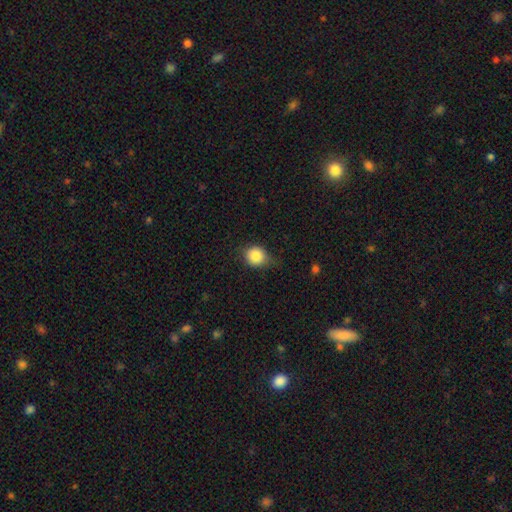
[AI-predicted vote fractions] smooth_or_featured: smooth (p=0.84) [alt: star or artifact p=0.09]
how_rounded: round (p=0.79) [alt: in between p=0.20]
merging: none (p=0.63) [alt: minor disturbance p=0.30]